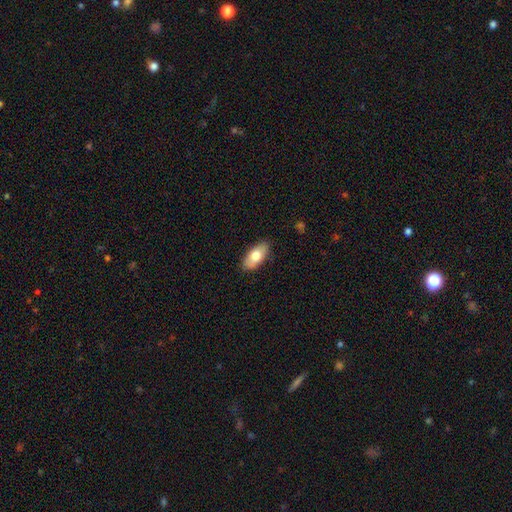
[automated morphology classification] smooth-or-featured: smooth: 73% | featured or disk: 21% | star or artifact: 6%
  how-rounded: in between: 89% | cigar-shaped: 8% | round: 3%
  merging: none: 86% | minor disturbance: 11% | major disturbance: 2% | merger: 1%